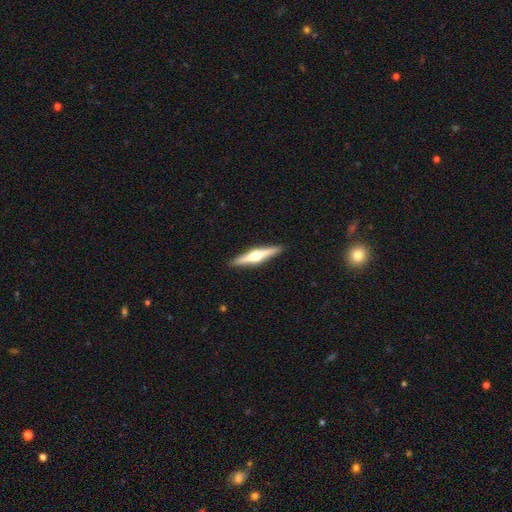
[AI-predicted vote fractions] smooth-or-featured: featured or disk: 69% | smooth: 26% | star or artifact: 5%
  disk-edge-on: yes: 97% | no: 3%
    edge-on-bulge: rounded: 94% | boxy: 4% | none: 3%
  merging: none: 91% | minor disturbance: 6% | major disturbance: 1% | merger: 1%